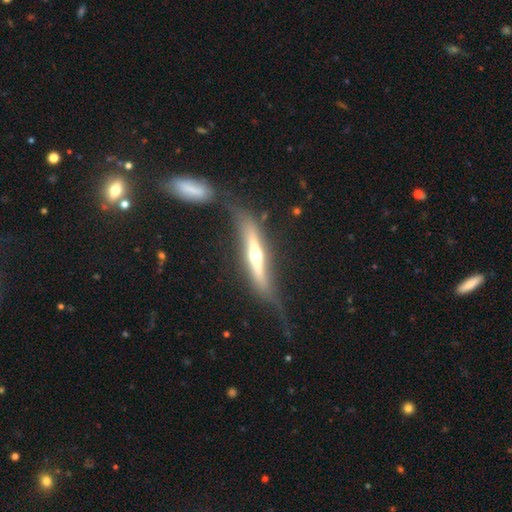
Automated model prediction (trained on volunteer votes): A featured or disk galaxy (74%) viewed edge-on (88%) with a rounded central bulge (90%).

Vote fractions:
- Smooth or featured? featured or disk: 74% / smooth: 21% / star or artifact: 5%
- Edge-on disk? yes: 88% / no: 12%
- Edge-on bulge? rounded: 90% / boxy: 5% / none: 4%
- Merging? none: 59% / minor disturbance: 20% / major disturbance: 15% / merger: 6%